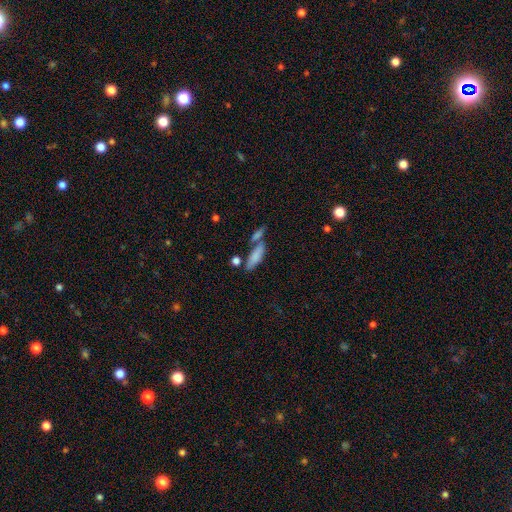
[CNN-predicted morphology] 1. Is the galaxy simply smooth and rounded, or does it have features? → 80% smooth, 12% featured or disk, 8% star or artifact.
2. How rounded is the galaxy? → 53% in between, 44% cigar-shaped, 3% round.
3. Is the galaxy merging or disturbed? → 52% none, 30% merger, 13% minor disturbance, 5% major disturbance.